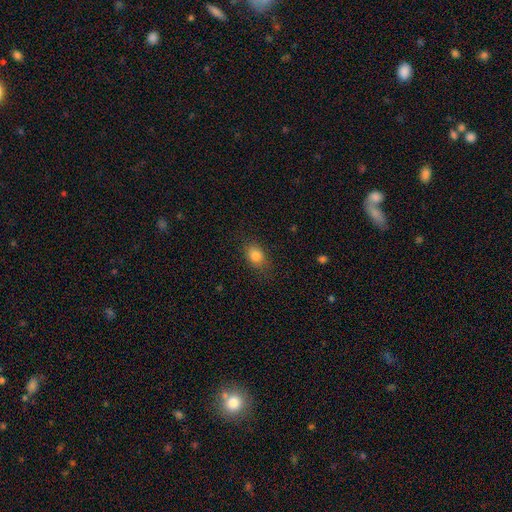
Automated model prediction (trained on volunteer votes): This appears to be a smooth galaxy with no disk features (83%) that is in between round and cigar-shaped (73%). Merging: none (79%).